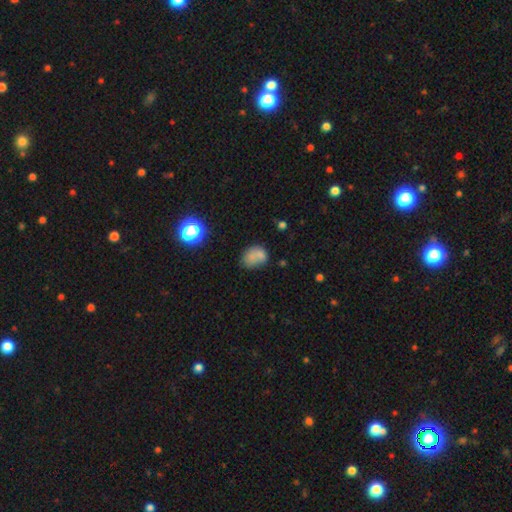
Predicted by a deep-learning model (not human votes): Smooth or featured? Predicted: smooth (p=0.71). How rounded? Predicted: in between (p=0.55). Merging? Predicted: none (p=0.41).